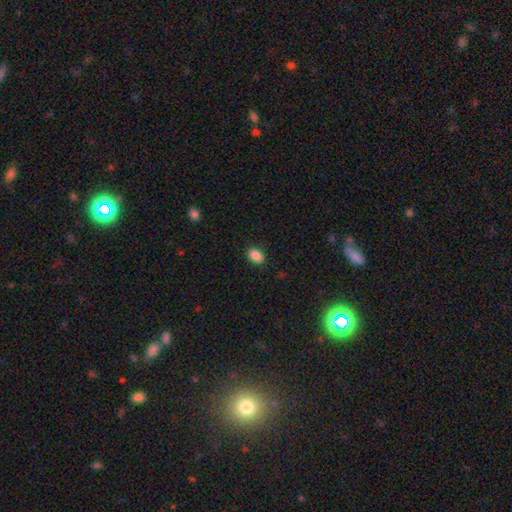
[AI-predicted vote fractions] Smooth or featured?
  - smooth: 89% *
  - star or artifact: 8%
  - featured or disk: 3%
How rounded?
  - in between: 84% *
  - round: 15%
  - cigar-shaped: 1%
Merging?
  - none: 88% *
  - minor disturbance: 9%
  - major disturbance: 2%
  - merger: 1%